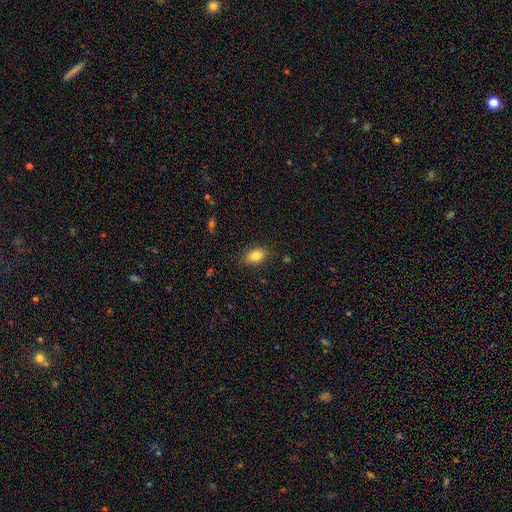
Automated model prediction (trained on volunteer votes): Morphology: type=smooth (84%); roundness=in between (76%); merging=none (83%).